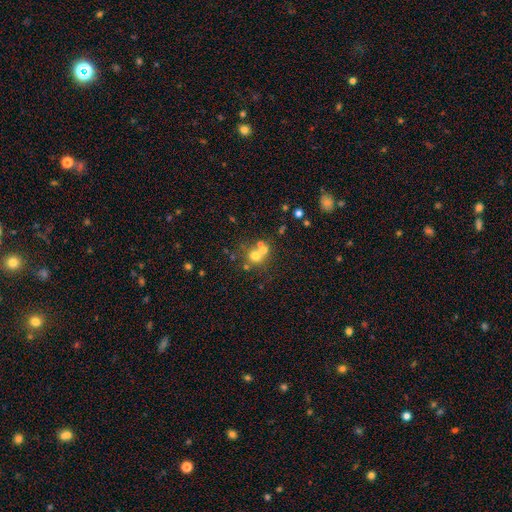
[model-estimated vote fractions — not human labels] Smooth or featured? smooth (59%)
How rounded? round (83%)
Merging? merger (50%)